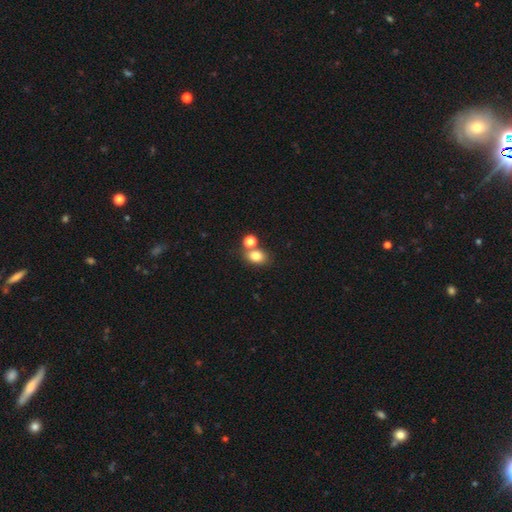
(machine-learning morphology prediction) This appears to be a smooth galaxy with no disk features (80%) that is in between round and cigar-shaped (57%). Merging: none (59%).